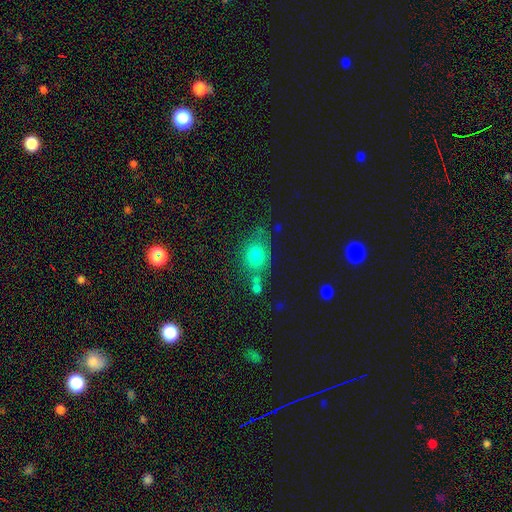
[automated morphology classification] The model was most divided on "how rounded": in between: 58%, round: 39%, cigar-shaped: 2%. More confident: smooth or featured — smooth (74%); merging — none (52%).